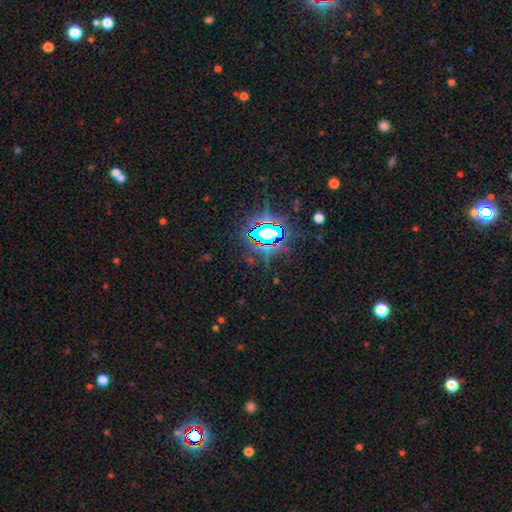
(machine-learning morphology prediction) type=star or artifact (82%).